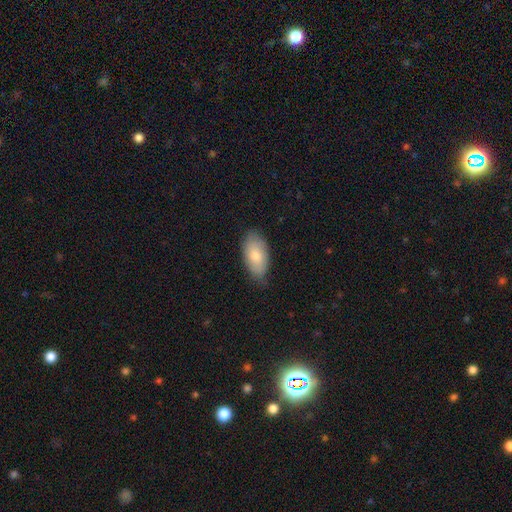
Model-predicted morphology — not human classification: Smooth or featured? smooth (78%)
How rounded? in between (94%)
Merging? none (75%)